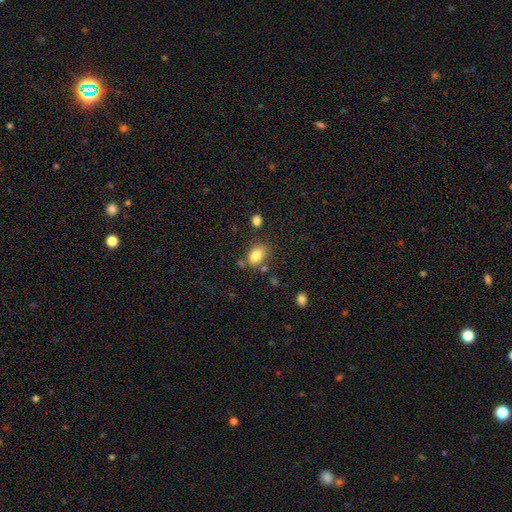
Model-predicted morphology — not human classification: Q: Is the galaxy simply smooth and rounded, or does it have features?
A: smooth — 82%.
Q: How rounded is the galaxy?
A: in between — 78%.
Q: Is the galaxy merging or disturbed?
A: none — 69%.